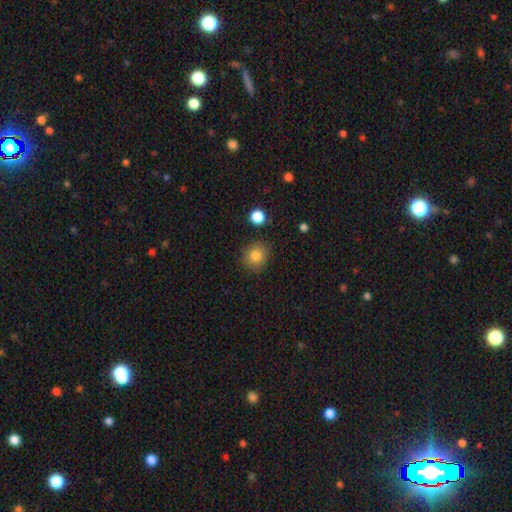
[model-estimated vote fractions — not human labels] The model was most divided on "how rounded": round: 85%, in between: 14%, cigar-shaped: 1%. More confident: merging — none (86%); smooth or featured — smooth (82%).